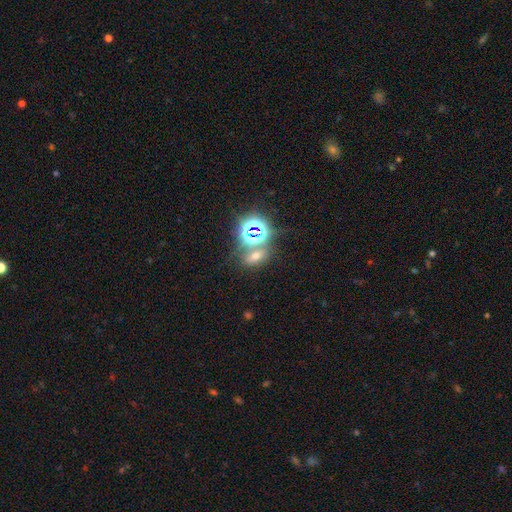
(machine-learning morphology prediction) This is possibly a star or artifact rather than a galaxy (46%).